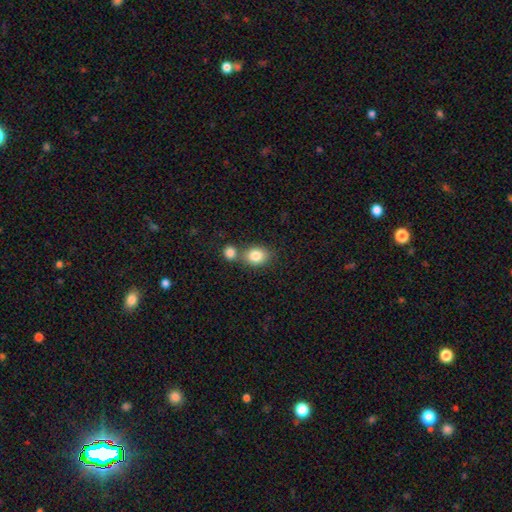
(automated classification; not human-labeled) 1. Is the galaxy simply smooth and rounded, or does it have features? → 84% smooth, 8% star or artifact, 8% featured or disk.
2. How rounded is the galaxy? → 52% in between, 47% round, 1% cigar-shaped.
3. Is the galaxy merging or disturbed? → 52% none, 35% merger, 10% minor disturbance, 3% major disturbance.